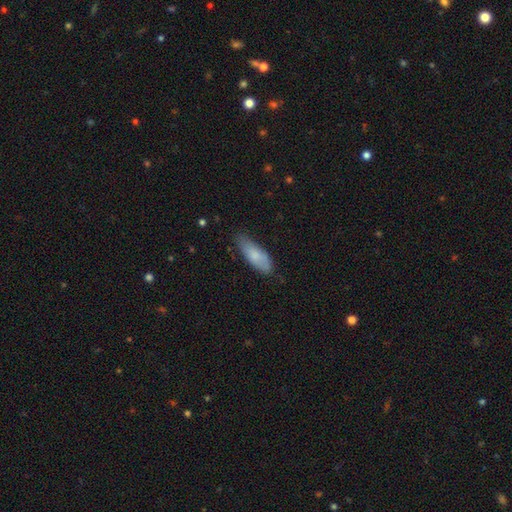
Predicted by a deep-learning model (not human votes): This is likely a smooth galaxy (78%). How rounded: likely in between (63%). Merging: likely none (69%).